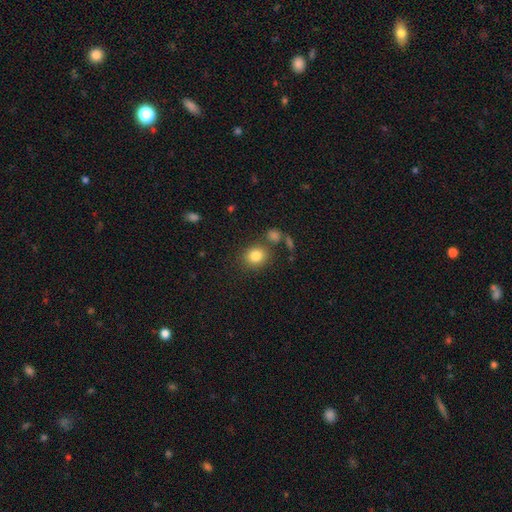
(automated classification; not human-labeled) smooth 83%, star or artifact 10%, featured or disk 7%. Down the decision tree: how rounded — round (73%); merging — none (78%).